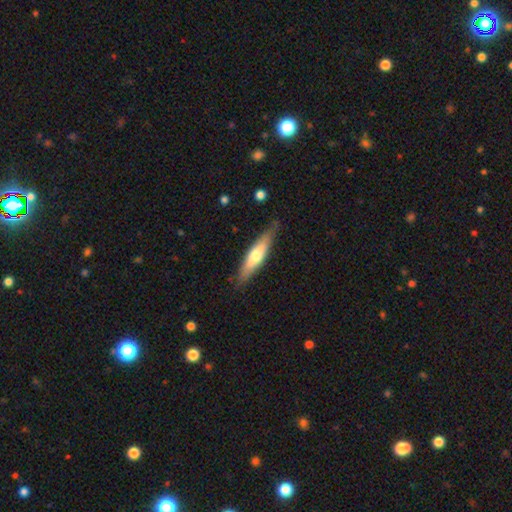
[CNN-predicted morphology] Smooth or featured? smooth (54%)
How rounded? cigar-shaped (75%)
Merging? none (82%)